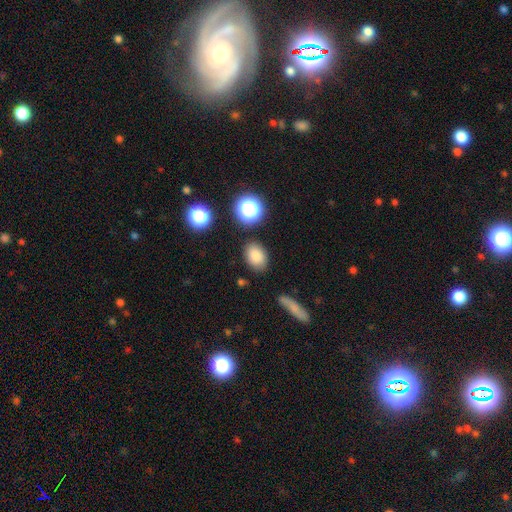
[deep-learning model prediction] Smooth or featured? Predicted: smooth (p=0.82). How rounded? Predicted: in between (p=0.75). Merging? Predicted: none (p=0.83).